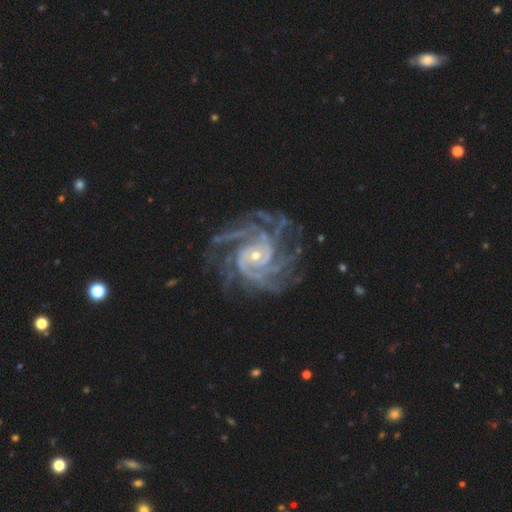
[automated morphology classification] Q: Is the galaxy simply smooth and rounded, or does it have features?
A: featured or disk — 92%.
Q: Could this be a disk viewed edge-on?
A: no — 98%.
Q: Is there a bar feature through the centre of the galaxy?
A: no — 69%.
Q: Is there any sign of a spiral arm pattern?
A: yes — 98%.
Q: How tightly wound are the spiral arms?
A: tight — 62%.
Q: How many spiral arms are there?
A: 4 — 24%.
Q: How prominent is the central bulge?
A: small — 68%.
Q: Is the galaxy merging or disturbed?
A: none — 69%.